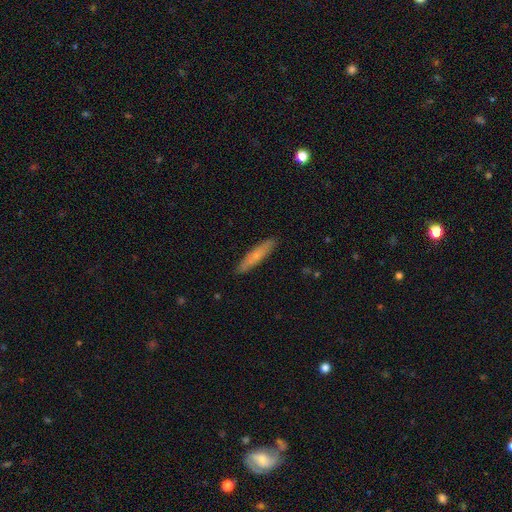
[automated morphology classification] Smooth or featured? smooth (61%)
How rounded? cigar-shaped (86%)
Merging? none (88%)